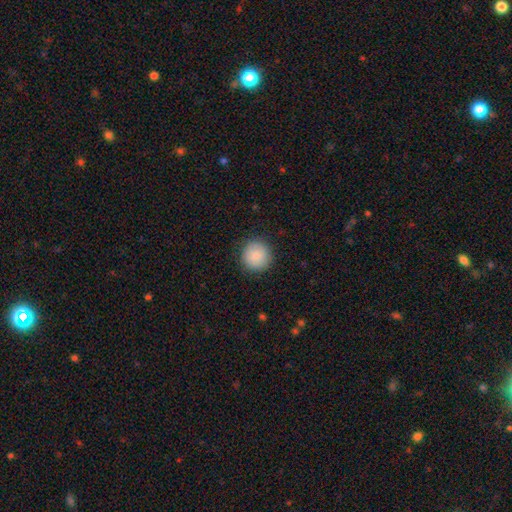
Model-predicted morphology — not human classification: type=smooth (86%); roundness=round (95%); merging=none (89%).